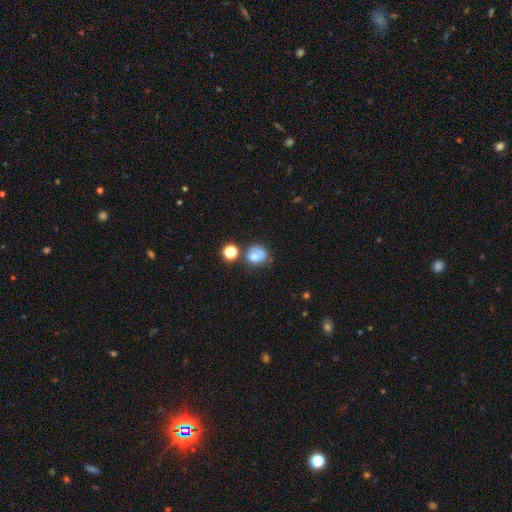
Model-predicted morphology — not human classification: Q: Smooth or featured?
A: smooth (68%); runner-up: featured or disk (20%)
Q: How rounded?
A: round (66%); runner-up: in between (33%)
Q: Merging?
A: none (51%); runner-up: minor disturbance (23%)